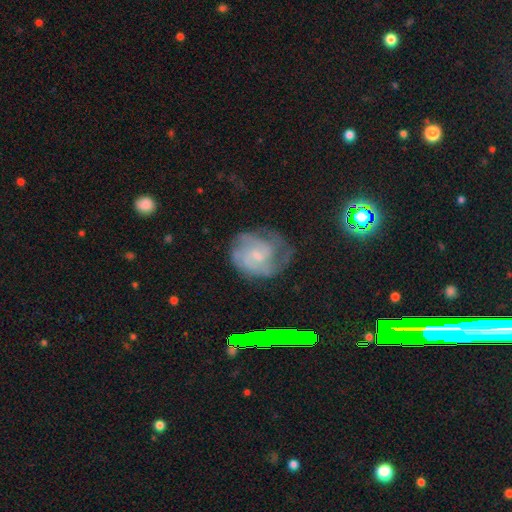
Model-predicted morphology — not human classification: Smooth or featured? Predicted: featured or disk (p=0.72). Edge-on disk? Predicted: no (p=0.98). Bar? Predicted: no (p=0.50). Spiral arms? Predicted: yes (p=0.90). Spiral winding? Predicted: tight (p=0.47). Spiral arm count? Predicted: can't tell (p=0.36). Bulge size? Predicted: small (p=0.55). Merging? Predicted: none (p=0.58).